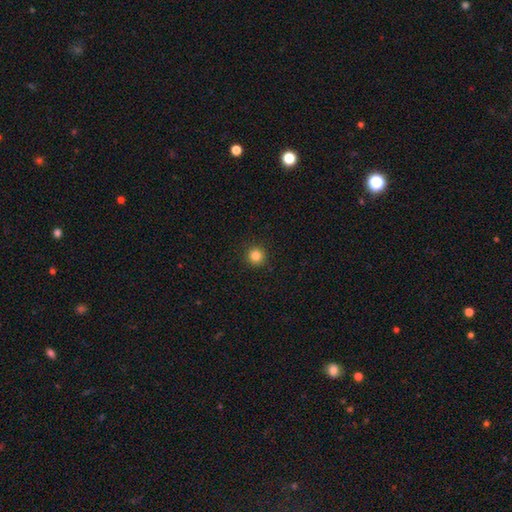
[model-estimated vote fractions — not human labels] smooth 83%, star or artifact 12%, featured or disk 4%. Down the decision tree: how rounded — round (95%); merging — none (92%).